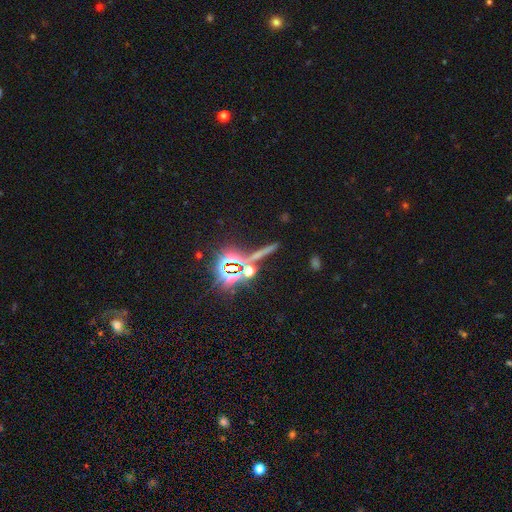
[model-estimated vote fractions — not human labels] Overall: star or artifact (65%).